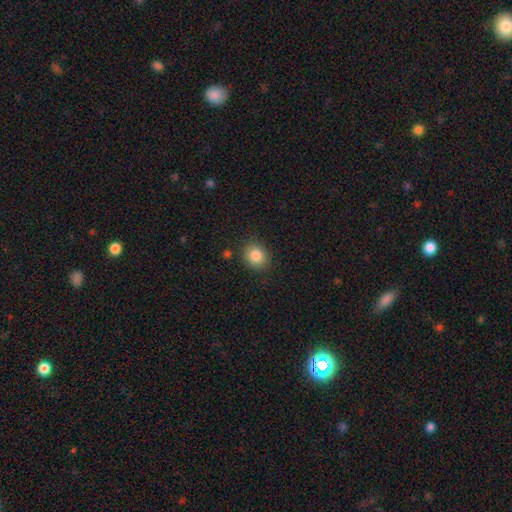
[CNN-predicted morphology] The model was most divided on "how rounded": round: 74%, in between: 25%, cigar-shaped: 1%. More confident: smooth or featured — smooth (85%); merging — none (85%).